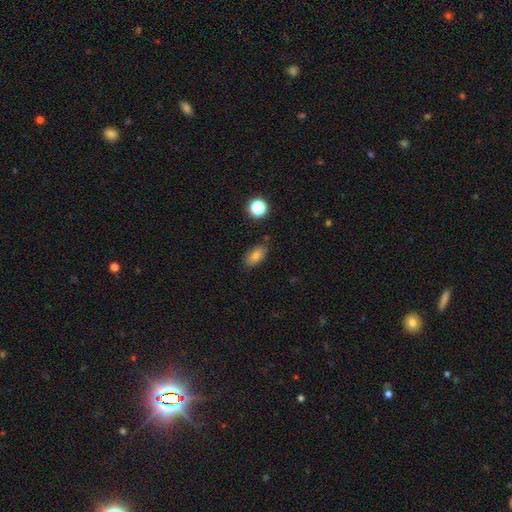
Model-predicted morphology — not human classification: Smooth or featured? Predicted: smooth (p=0.78). How rounded? Predicted: in between (p=0.87). Merging? Predicted: none (p=0.80).